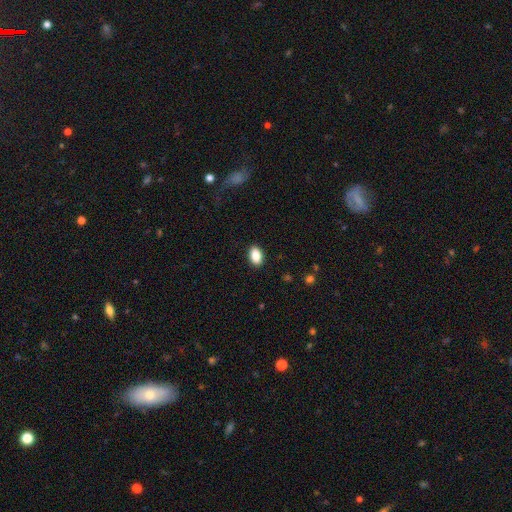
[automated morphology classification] A smooth galaxy with no disk features (88%) that is in between round and cigar-shaped (88%). Merging: none (90%).